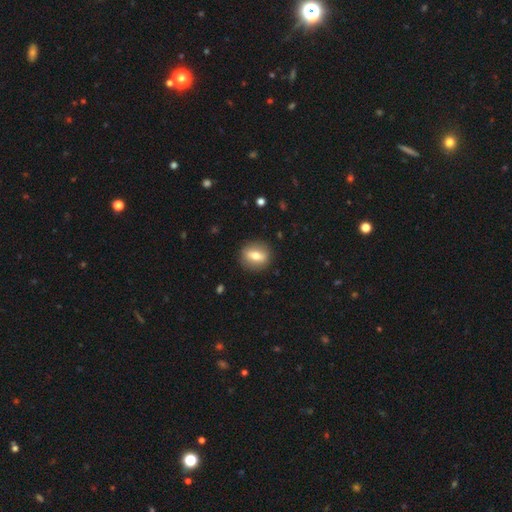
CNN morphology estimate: Q: Smooth or featured?
A: smooth (61%); runner-up: featured or disk (31%)
Q: How rounded?
A: round (60%); runner-up: in between (37%)
Q: Merging?
A: none (88%); runner-up: minor disturbance (8%)